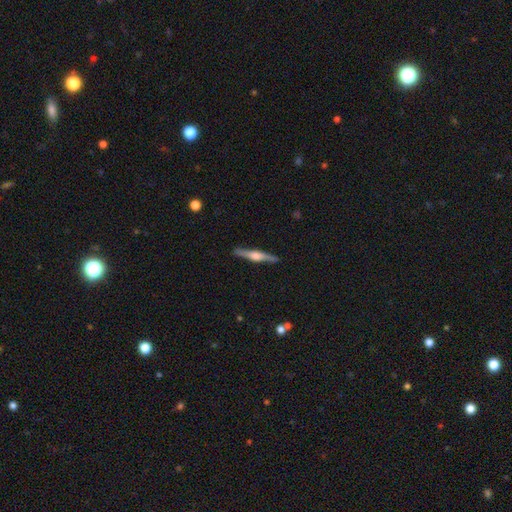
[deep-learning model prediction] Smooth or featured? featured or disk (72%)
Edge-on disk? yes (98%)
Edge-on bulge? rounded (85%)
Merging? none (90%)